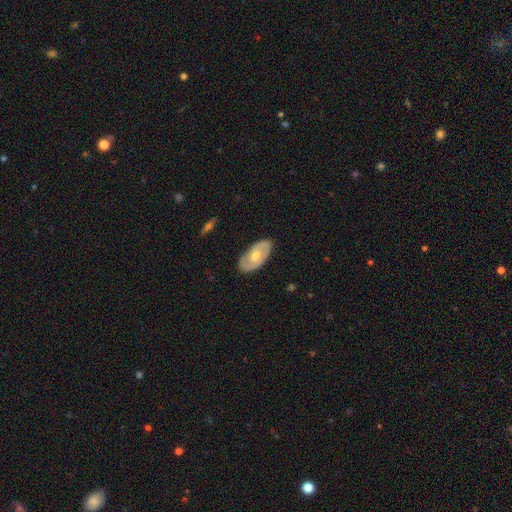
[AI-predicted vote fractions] Smooth or featured: featured or disk — 59% (smooth — 36%)
Edge-on disk: no — 88% (yes — 12%)
Bar: no — 79% (weak — 17%)
Spiral arms: no — 60% (yes — 40%)
Bulge size: moderate — 76% (small — 12%)
Merging: none — 85% (minor disturbance — 12%)